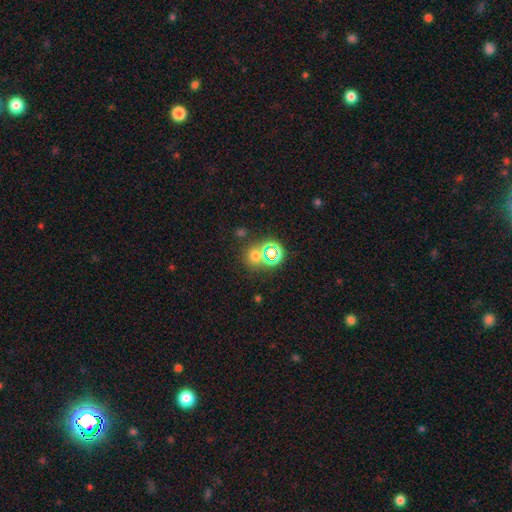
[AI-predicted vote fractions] This appears to be a smooth galaxy with no disk features (54%) that is round (84%). Merging: none (67%).